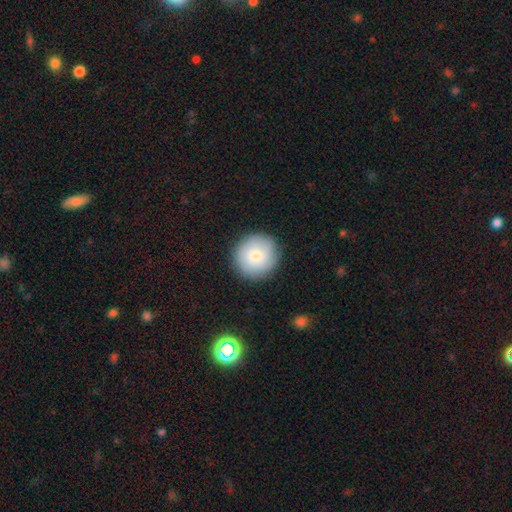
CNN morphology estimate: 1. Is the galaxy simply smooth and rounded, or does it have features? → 74% smooth, 19% featured or disk, 7% star or artifact.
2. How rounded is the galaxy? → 94% round, 5% in between, 1% cigar-shaped.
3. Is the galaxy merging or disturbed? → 88% none, 8% minor disturbance, 2% major disturbance, 1% merger.